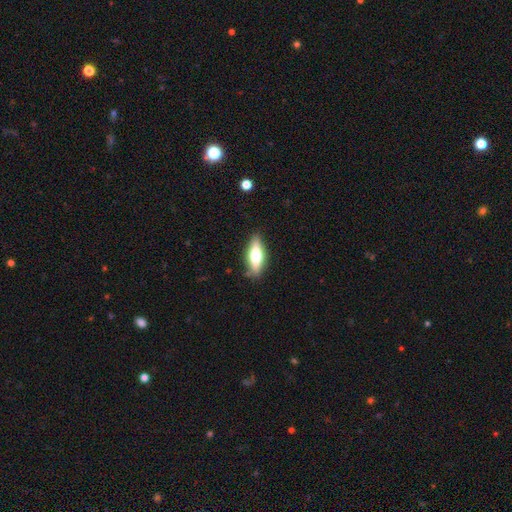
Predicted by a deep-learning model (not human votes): This is possibly a smooth galaxy (51%). How rounded: possibly in between (55%). Merging: clearly none (84%).